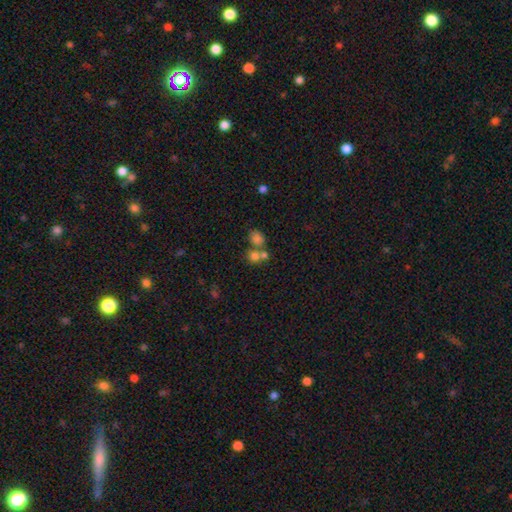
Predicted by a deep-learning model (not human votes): Smooth or featured: smooth — 72% (star or artifact — 16%)
How rounded: round — 78% (in between — 21%)
Merging: merger — 47% (none — 42%)